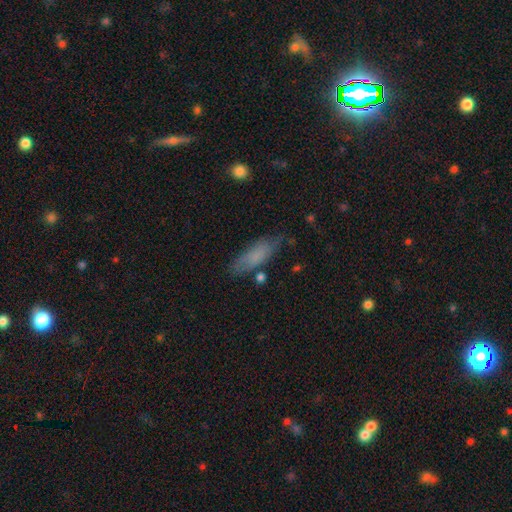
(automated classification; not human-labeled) A smooth galaxy with no disk features (75%) that is in between round and cigar-shaped (52%).

Vote fractions:
- Smooth or featured? smooth: 75% / featured or disk: 17% / star or artifact: 8%
- How rounded? in between: 52% / cigar-shaped: 46% / round: 2%
- Merging? none: 71% / minor disturbance: 20% / major disturbance: 5% / merger: 3%